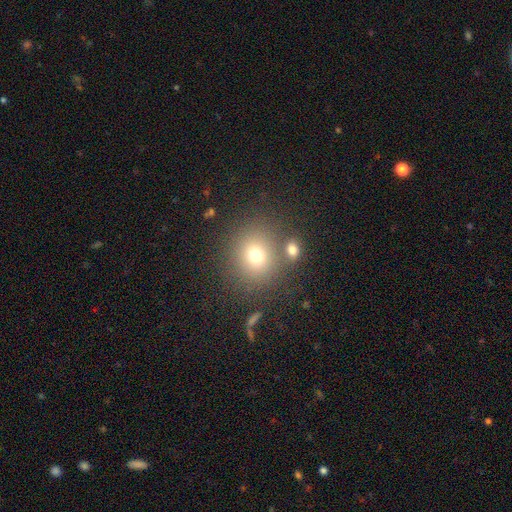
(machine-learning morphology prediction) Smooth or featured? smooth (72%)
How rounded? round (80%)
Merging? none (75%)